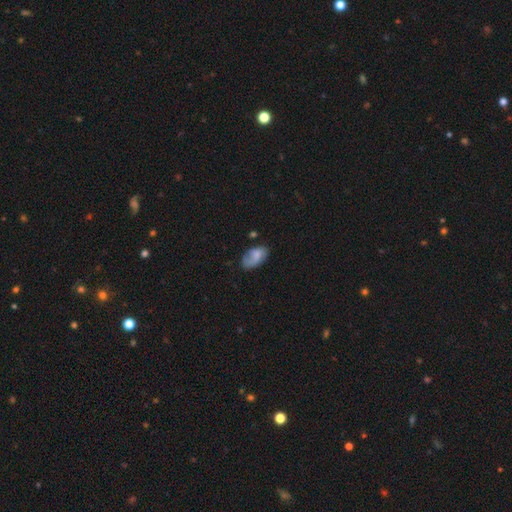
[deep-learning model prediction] The model was most divided on "merging": none: 55%, minor disturbance: 28%, major disturbance: 14%, merger: 3%. More confident: how rounded — in between (92%); smooth or featured — smooth (64%).